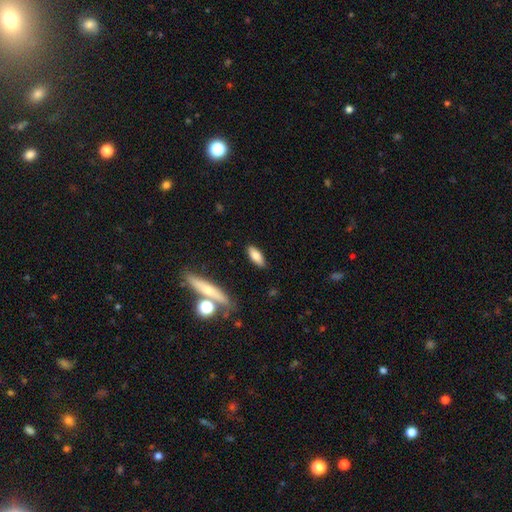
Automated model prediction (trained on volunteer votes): smooth 77%, featured or disk 16%, star or artifact 7%. Down the decision tree: how rounded — in between (72%); merging — none (85%).